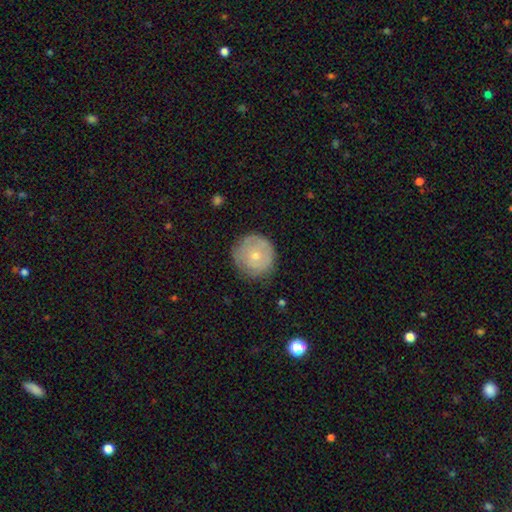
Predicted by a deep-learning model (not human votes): Smooth or featured? smooth (51%)
How rounded? round (93%)
Merging? none (74%)